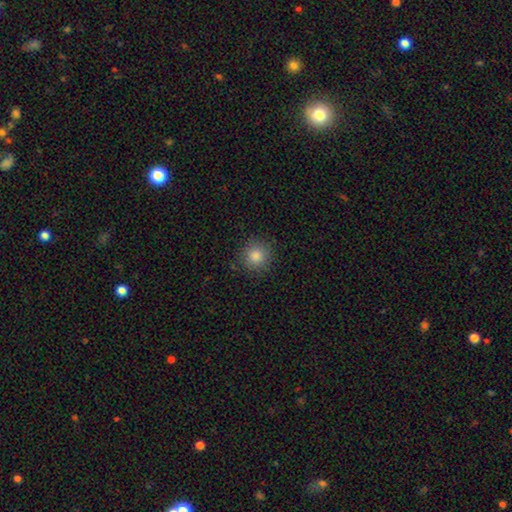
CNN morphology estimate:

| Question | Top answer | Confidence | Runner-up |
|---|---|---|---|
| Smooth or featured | smooth | 84% | star or artifact (11%) |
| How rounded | round | 94% | in between (6%) |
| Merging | none | 90% | minor disturbance (7%) |